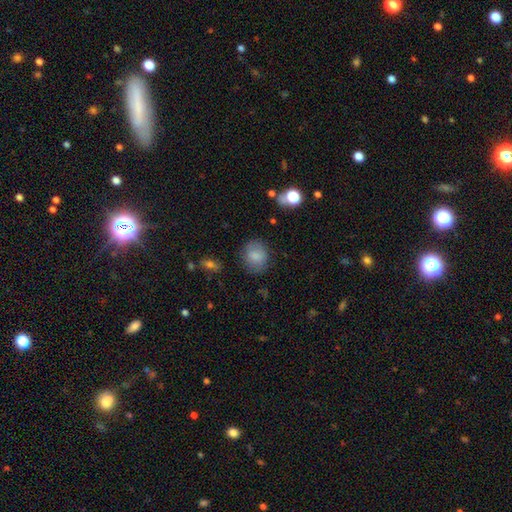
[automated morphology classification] type=smooth (81%); roundness=round (65%); merging=none (78%).